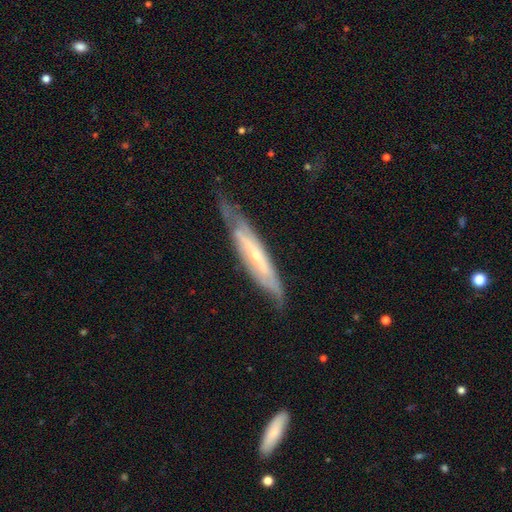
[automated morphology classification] type=featured or disk (71%); edge-on=yes (54%); merging=none (65%).